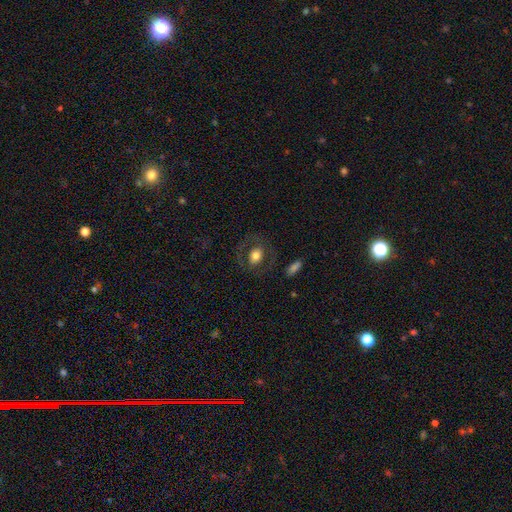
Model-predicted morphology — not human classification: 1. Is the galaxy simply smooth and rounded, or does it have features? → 59% smooth, 32% featured or disk, 8% star or artifact.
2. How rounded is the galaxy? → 59% in between, 40% round, 1% cigar-shaped.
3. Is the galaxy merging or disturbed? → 78% none, 12% minor disturbance, 9% major disturbance, 2% merger.